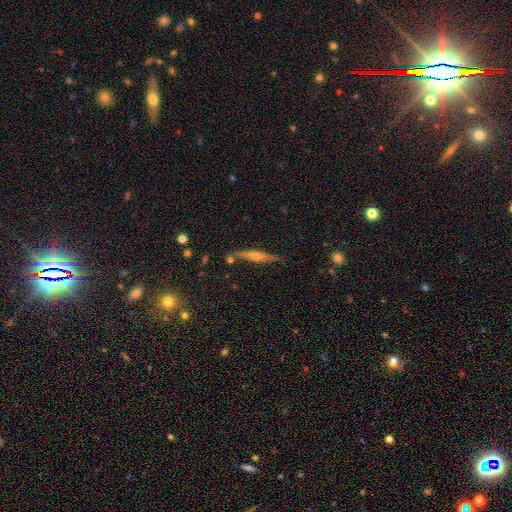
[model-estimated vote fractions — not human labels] The model was most divided on "smooth or featured": featured or disk: 74%, smooth: 18%, star or artifact: 7%. More confident: edge-on disk — yes (97%); edge-on bulge — rounded (84%); merging — none (84%).